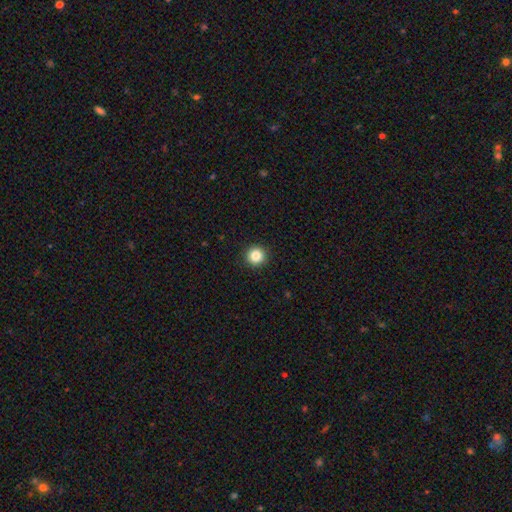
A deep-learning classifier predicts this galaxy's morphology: Smooth or featured?
  - smooth: 85% *
  - star or artifact: 11%
  - featured or disk: 5%
How rounded?
  - round: 96% *
  - in between: 3%
  - cigar-shaped: 1%
Merging?
  - none: 93% *
  - minor disturbance: 4%
  - major disturbance: 1%
  - merger: 1%